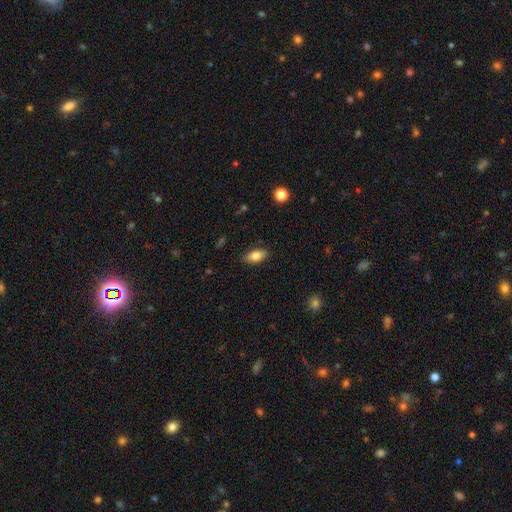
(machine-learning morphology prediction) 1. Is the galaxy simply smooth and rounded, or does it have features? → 81% smooth, 12% featured or disk, 7% star or artifact.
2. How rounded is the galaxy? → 87% in between, 9% cigar-shaped, 4% round.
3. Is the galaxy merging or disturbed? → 85% none, 11% minor disturbance, 2% major disturbance, 1% merger.